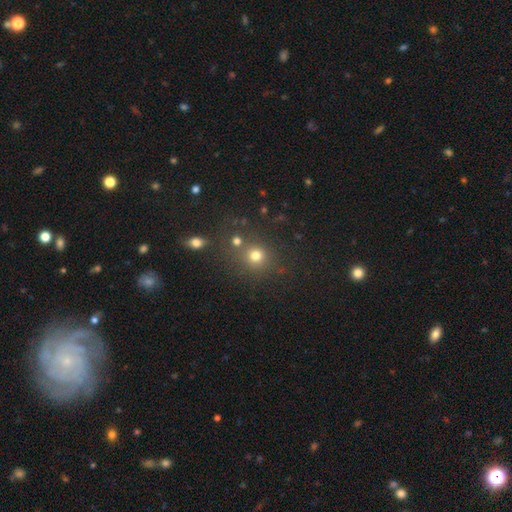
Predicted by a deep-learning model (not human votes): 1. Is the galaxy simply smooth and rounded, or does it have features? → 74% smooth, 19% star or artifact, 8% featured or disk.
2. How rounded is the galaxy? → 87% round, 12% in between, 1% cigar-shaped.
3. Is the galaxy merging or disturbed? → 69% none, 16% merger, 10% minor disturbance, 5% major disturbance.